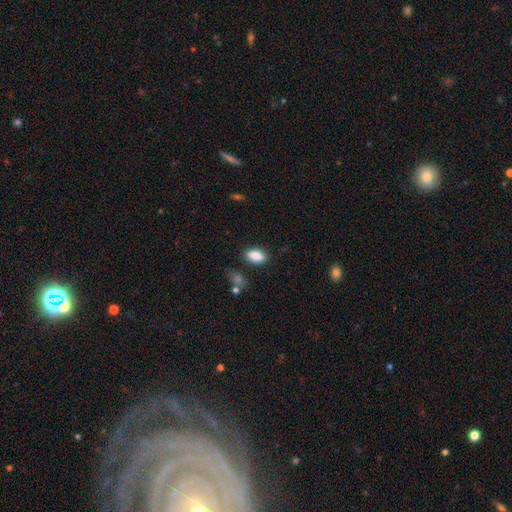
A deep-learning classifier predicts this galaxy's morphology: smooth-or-featured: smooth: 88% | star or artifact: 8% | featured or disk: 4%
  how-rounded: in between: 91% | round: 6% | cigar-shaped: 3%
  merging: none: 83% | minor disturbance: 11% | major disturbance: 3% | merger: 3%